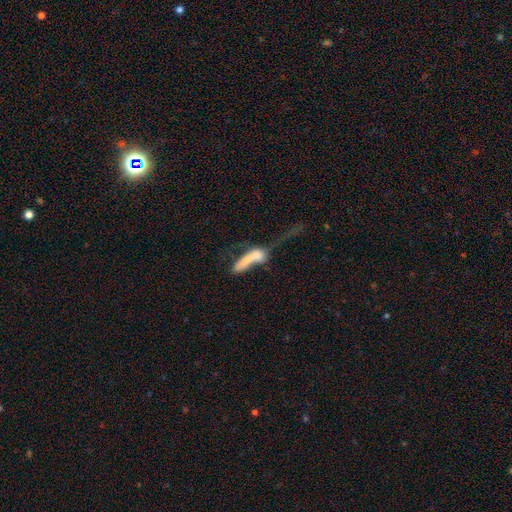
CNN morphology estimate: smooth_or_featured: featured or disk (p=0.46) [alt: smooth p=0.37]
merging: merger (p=0.47) [alt: major disturbance p=0.27]